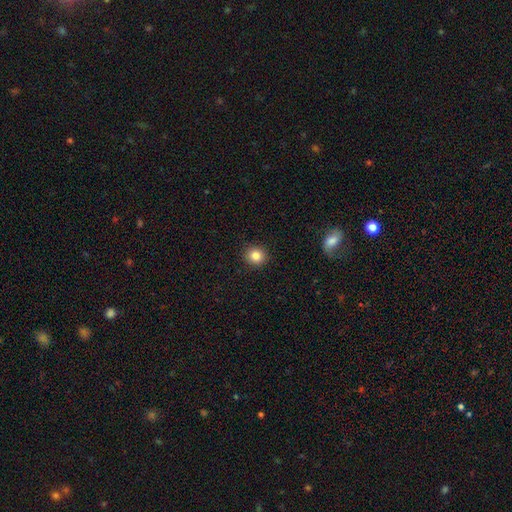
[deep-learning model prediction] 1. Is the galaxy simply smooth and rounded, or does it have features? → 85% smooth, 11% star or artifact, 5% featured or disk.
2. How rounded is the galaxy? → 87% round, 13% in between, 1% cigar-shaped.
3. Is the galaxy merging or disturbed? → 91% none, 6% minor disturbance, 2% major disturbance, 1% merger.